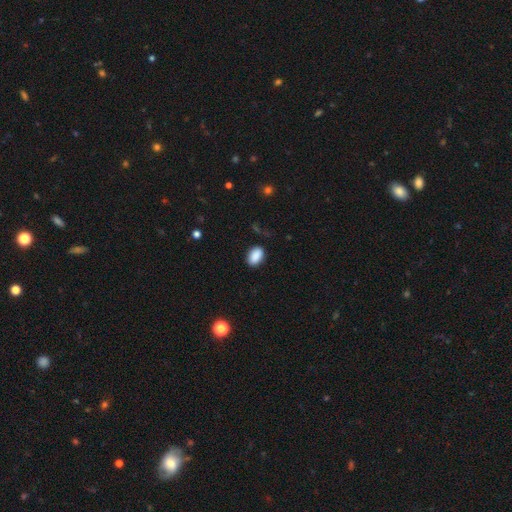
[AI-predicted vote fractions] This appears to be a smooth galaxy with no disk features (89%) that is in between round and cigar-shaped (88%). Merging: none (84%).